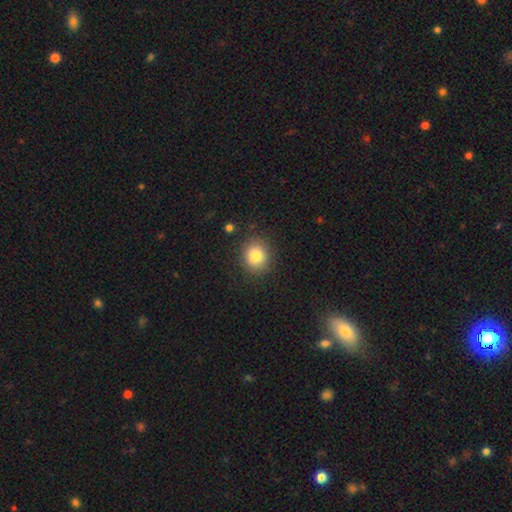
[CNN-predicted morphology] The model was most divided on "how rounded": round: 82%, in between: 17%, cigar-shaped: 1%. More confident: merging — none (86%); smooth or featured — smooth (82%).